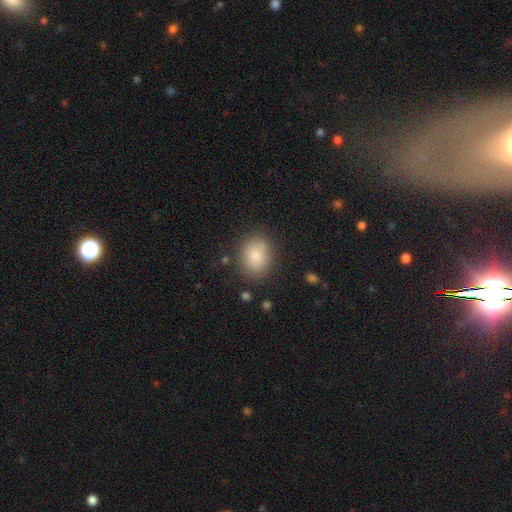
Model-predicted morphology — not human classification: This is clearly a smooth galaxy (84%). How rounded: possibly in between (51%). Merging: likely none (79%).